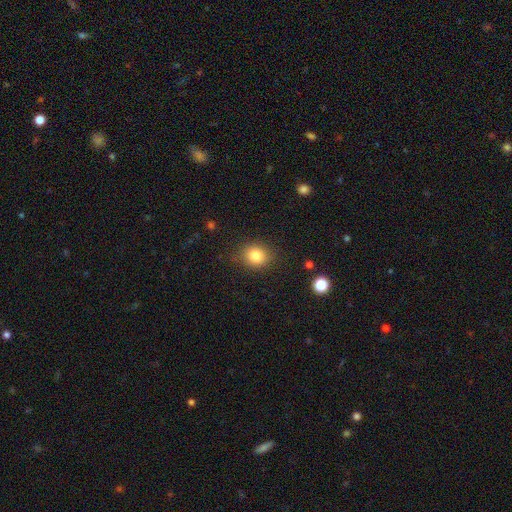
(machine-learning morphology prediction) type=smooth (83%); roundness=round (70%); merging=none (83%).